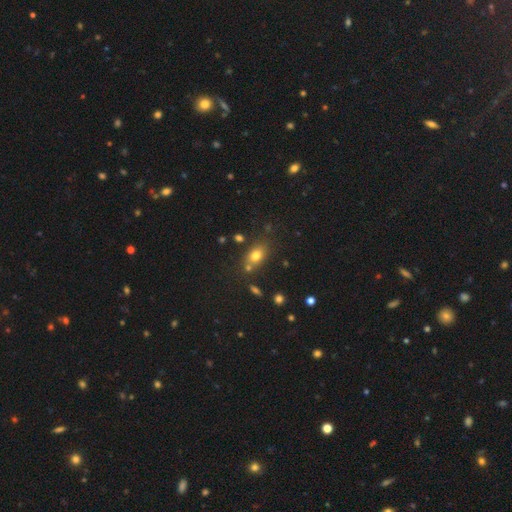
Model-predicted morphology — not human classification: Overall: smooth (75%). How rounded: in between (72%). Merging: none (68%).